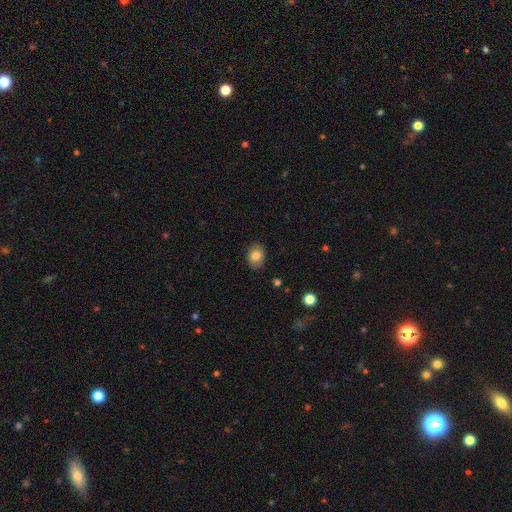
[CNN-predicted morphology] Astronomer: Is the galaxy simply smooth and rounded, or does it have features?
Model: smooth — 83%.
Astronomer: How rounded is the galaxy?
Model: in between — 64%.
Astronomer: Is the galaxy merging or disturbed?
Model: none — 85%.